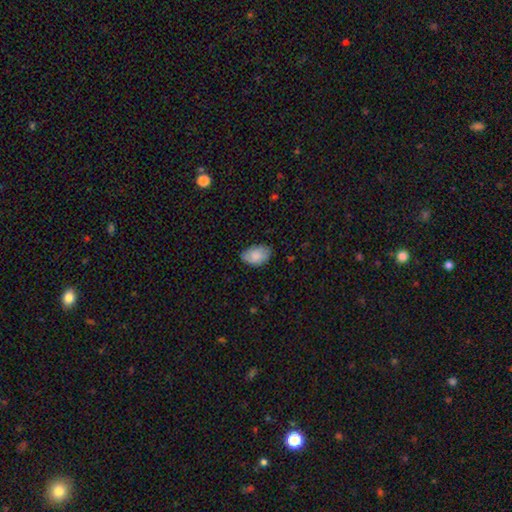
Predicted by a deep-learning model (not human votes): Smooth or featured?
  - smooth: 84% *
  - featured or disk: 9%
  - star or artifact: 6%
How rounded?
  - in between: 90% *
  - round: 9%
  - cigar-shaped: 1%
Merging?
  - none: 75% *
  - minor disturbance: 20%
  - major disturbance: 3%
  - merger: 1%